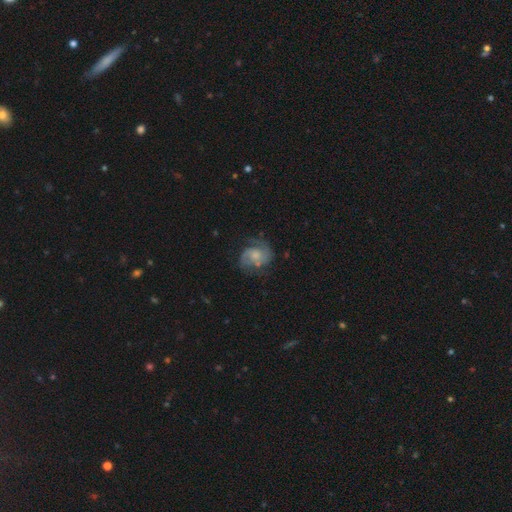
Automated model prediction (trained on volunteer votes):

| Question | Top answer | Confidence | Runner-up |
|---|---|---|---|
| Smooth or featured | featured or disk | 76% | smooth (17%) |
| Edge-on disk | no | 98% | yes (2%) |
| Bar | no | 67% | weak (29%) |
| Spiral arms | yes | 93% | no (7%) |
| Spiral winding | medium | 49% | tight (28%) |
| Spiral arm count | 2 | 80% | can't tell (8%) |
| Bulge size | small | 42% | moderate (35%) |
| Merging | none | 62% | minor disturbance (21%) |